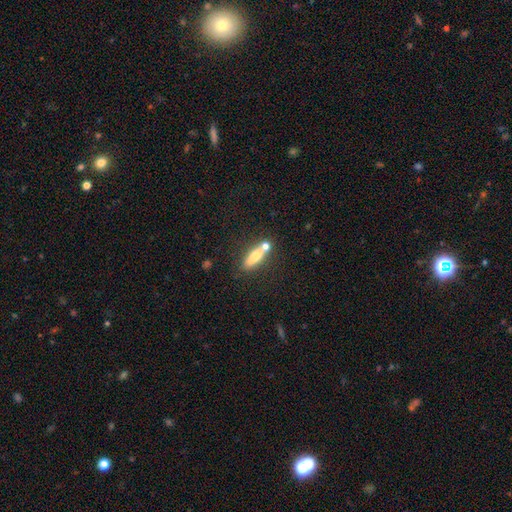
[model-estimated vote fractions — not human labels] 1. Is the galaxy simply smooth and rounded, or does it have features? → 63% smooth, 29% featured or disk, 8% star or artifact.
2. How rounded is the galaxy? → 56% cigar-shaped, 40% in between, 4% round.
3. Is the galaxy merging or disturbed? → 55% none, 28% merger, 12% minor disturbance, 4% major disturbance.